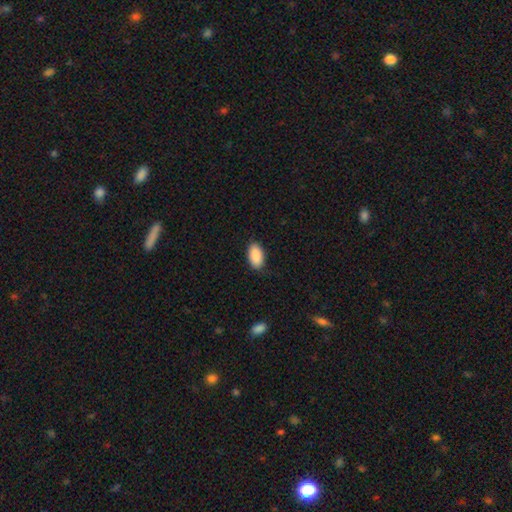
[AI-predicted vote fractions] A smooth galaxy with no disk features (90%) that is in between round and cigar-shaped (95%). Merging: none (85%).